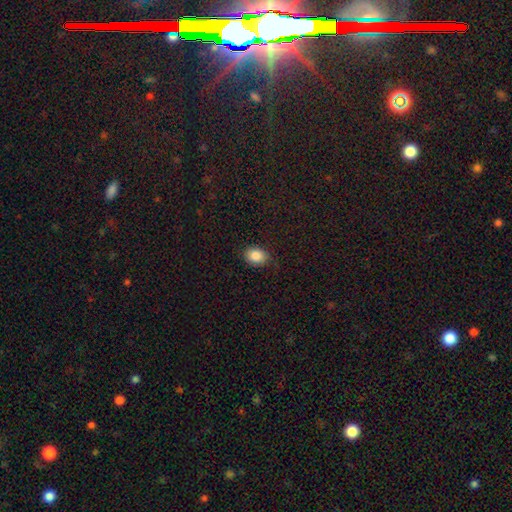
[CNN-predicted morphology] Smooth or featured: smooth — 86% (star or artifact — 9%)
How rounded: in between — 64% (round — 36%)
Merging: none — 85% (minor disturbance — 12%)